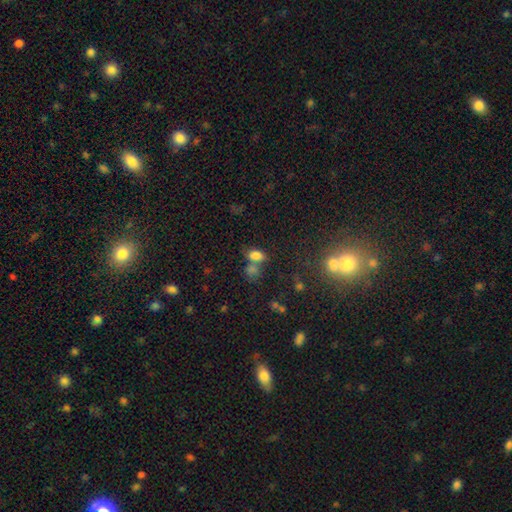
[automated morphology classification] Smooth or featured? Predicted: smooth (p=0.79). How rounded? Predicted: in between (p=0.85). Merging? Predicted: none (p=0.49).